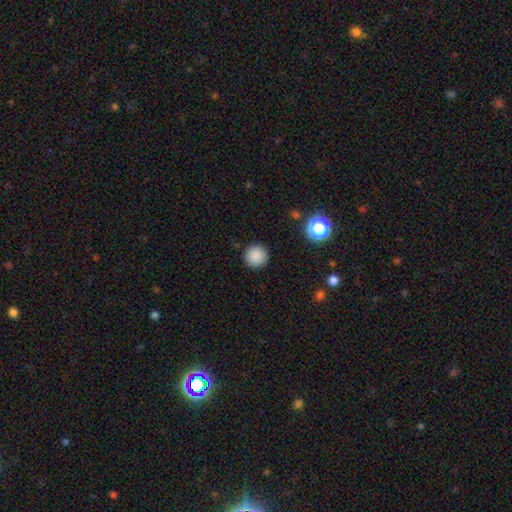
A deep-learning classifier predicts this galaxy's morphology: type=smooth (86%); roundness=round (96%); merging=none (91%).